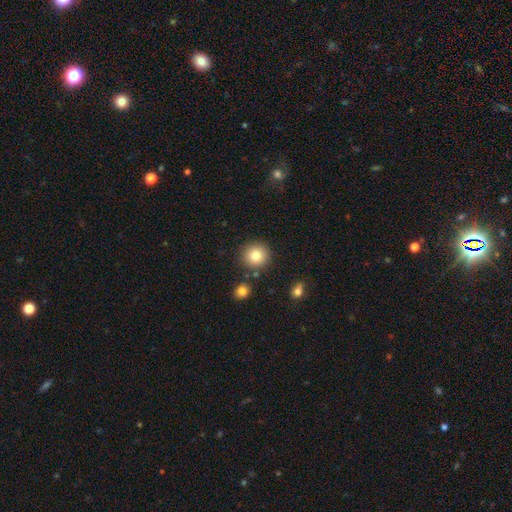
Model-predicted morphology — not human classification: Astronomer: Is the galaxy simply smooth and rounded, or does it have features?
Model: smooth — 82%.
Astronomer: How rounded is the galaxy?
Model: round — 92%.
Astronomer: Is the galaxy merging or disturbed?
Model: none — 85%.